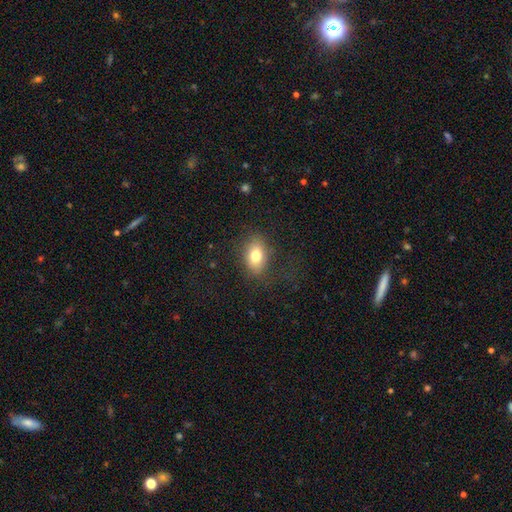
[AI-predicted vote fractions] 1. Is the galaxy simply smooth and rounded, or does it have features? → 77% smooth, 13% featured or disk, 10% star or artifact.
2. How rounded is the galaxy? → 81% in between, 17% round, 2% cigar-shaped.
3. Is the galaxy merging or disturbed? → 76% none, 15% minor disturbance, 8% major disturbance, 1% merger.